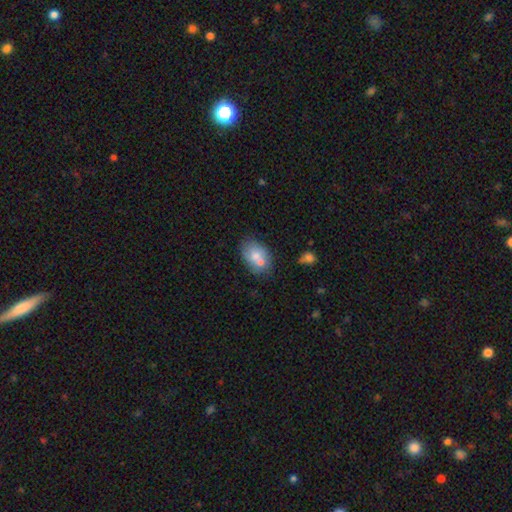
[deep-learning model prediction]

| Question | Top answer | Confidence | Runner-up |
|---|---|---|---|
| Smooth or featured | smooth | 69% | featured or disk (23%) |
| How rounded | in between | 78% | round (21%) |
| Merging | none | 48% | merger (32%) |